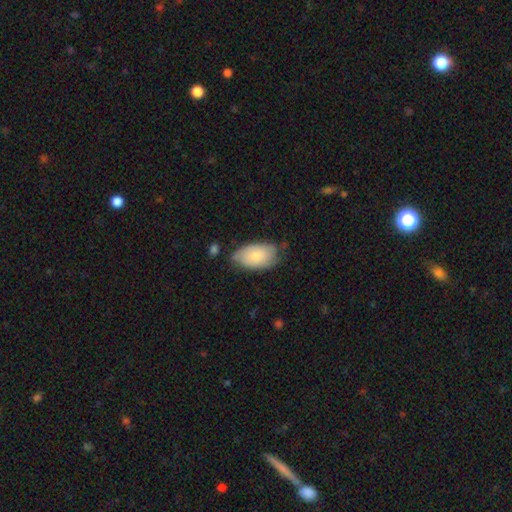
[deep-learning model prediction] This appears to be a smooth galaxy with no disk features (70%) that is in between round and cigar-shaped (94%). Merging: none (61%).